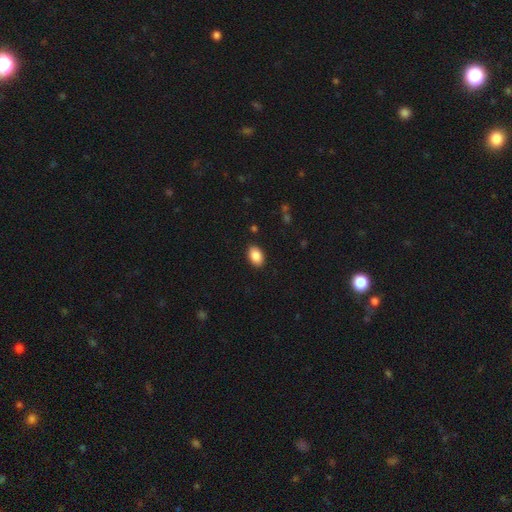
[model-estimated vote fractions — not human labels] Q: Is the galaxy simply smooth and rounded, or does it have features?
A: smooth — 89%.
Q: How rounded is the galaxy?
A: in between — 89%.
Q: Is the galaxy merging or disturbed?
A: none — 89%.